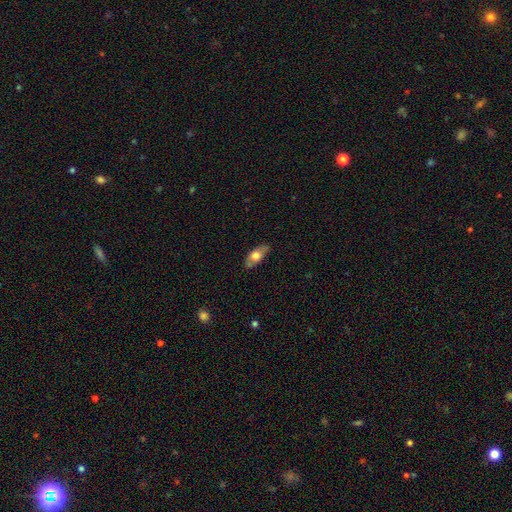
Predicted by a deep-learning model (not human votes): Smooth or featured?
  - smooth: 62% *
  - featured or disk: 32%
  - star or artifact: 6%
How rounded?
  - in between: 82% *
  - cigar-shaped: 13%
  - round: 4%
Merging?
  - none: 76% *
  - minor disturbance: 18%
  - major disturbance: 4%
  - merger: 2%